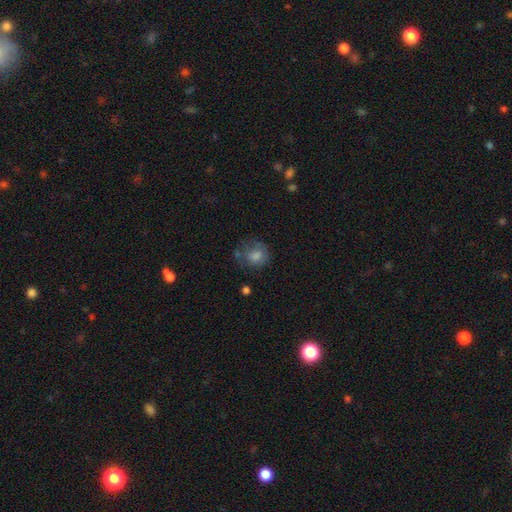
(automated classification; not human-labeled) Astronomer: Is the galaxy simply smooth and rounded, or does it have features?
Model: smooth — 65%.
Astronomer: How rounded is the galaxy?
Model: round — 75%.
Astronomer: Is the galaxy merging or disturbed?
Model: none — 59%.